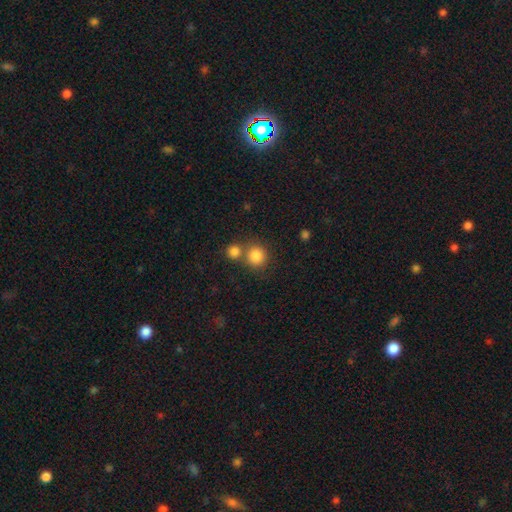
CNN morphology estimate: Q: Smooth or featured?
A: smooth (84%); runner-up: star or artifact (10%)
Q: How rounded?
A: round (90%); runner-up: in between (9%)
Q: Merging?
A: none (61%); runner-up: merger (29%)